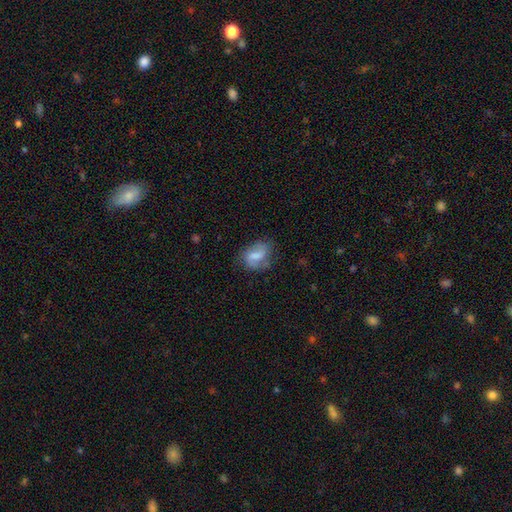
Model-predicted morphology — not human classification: This appears to be a smooth galaxy with no disk features (48%). Merging: none (59%).